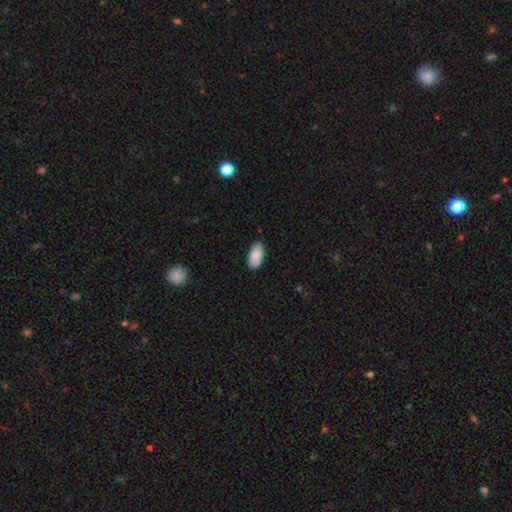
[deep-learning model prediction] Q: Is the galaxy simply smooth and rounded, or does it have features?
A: smooth — 86%.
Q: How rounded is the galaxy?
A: in between — 95%.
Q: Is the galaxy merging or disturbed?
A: none — 85%.